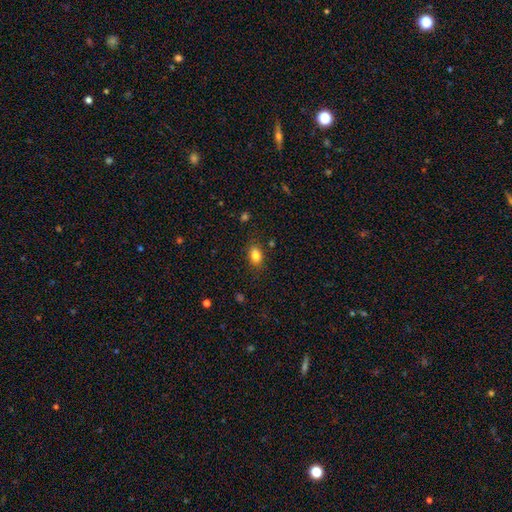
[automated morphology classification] Overall: smooth (83%). How rounded: in between (84%). Merging: none (83%).